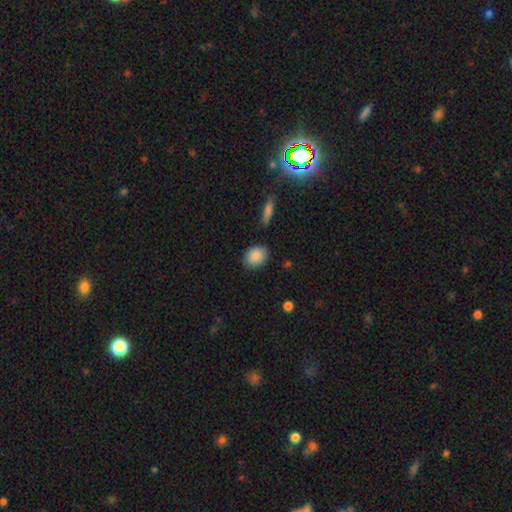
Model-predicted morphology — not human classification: A smooth galaxy with no disk features (88%) that is in between round and cigar-shaped (58%). Merging: none (85%).